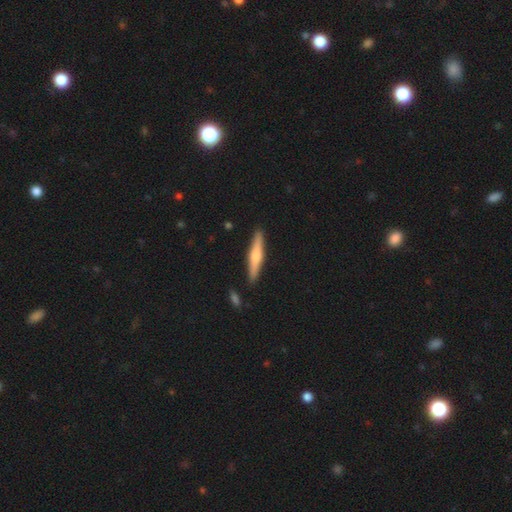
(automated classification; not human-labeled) The model was most divided on "smooth or featured": featured or disk: 49%, smooth: 46%, star or artifact: 5%. More confident: merging — none (89%).